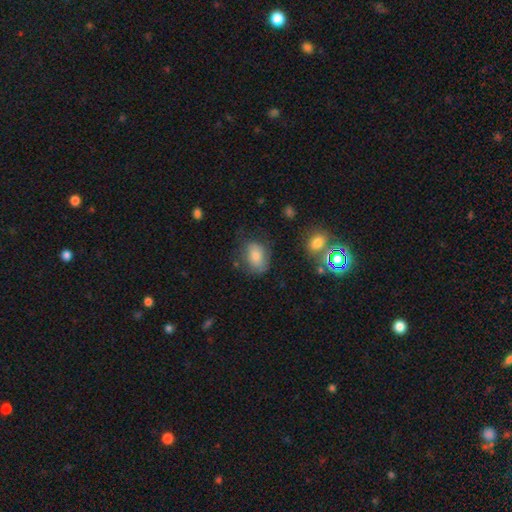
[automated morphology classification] Smooth or featured? Predicted: smooth (p=0.73). How rounded? Predicted: in between (p=0.73). Merging? Predicted: none (p=0.65).